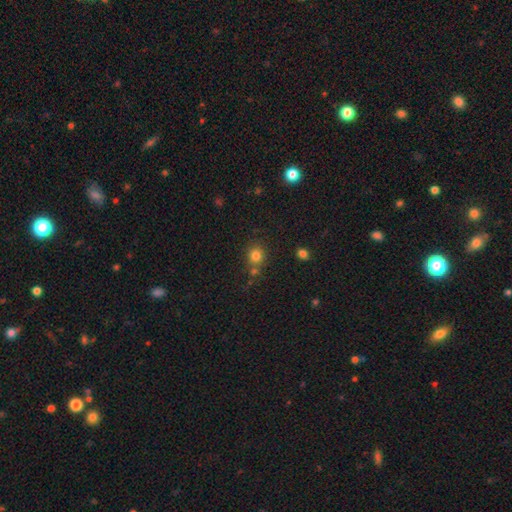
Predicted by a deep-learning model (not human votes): A smooth galaxy with no disk features (80%) that is round (83%). Merging: none (69%).